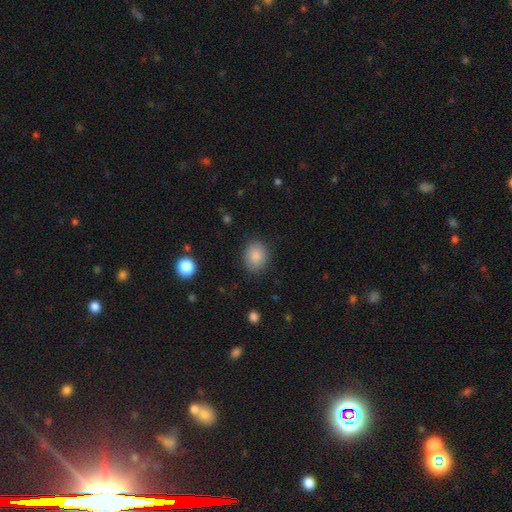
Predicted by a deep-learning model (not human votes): Q: Smooth or featured?
A: smooth (86%); runner-up: star or artifact (9%)
Q: How rounded?
A: round (54%); runner-up: in between (45%)
Q: Merging?
A: none (85%); runner-up: minor disturbance (10%)